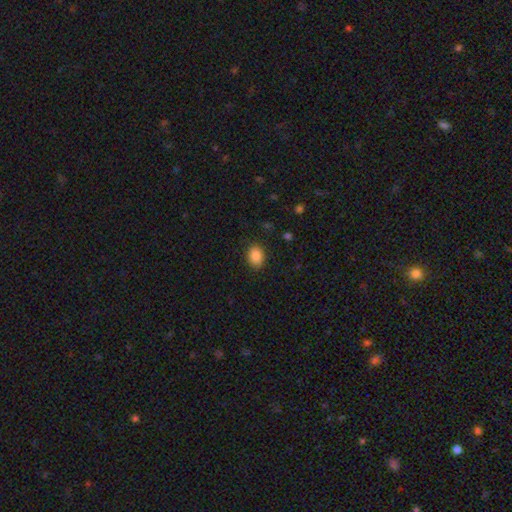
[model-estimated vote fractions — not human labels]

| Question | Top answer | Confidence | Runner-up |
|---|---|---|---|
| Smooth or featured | smooth | 87% | star or artifact (9%) |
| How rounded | in between | 64% | round (35%) |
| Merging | none | 84% | minor disturbance (12%) |